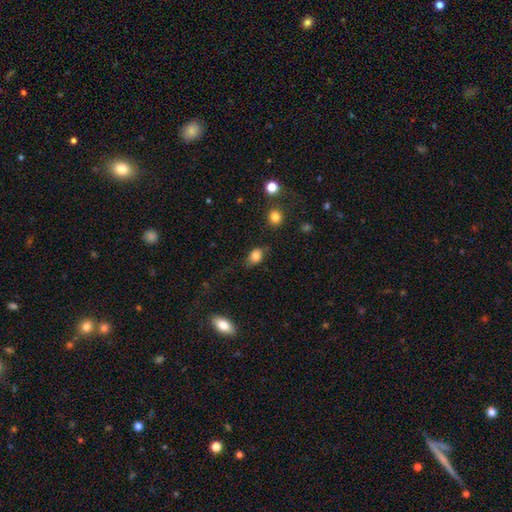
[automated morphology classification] Smooth or featured: smooth — 82% (star or artifact — 9%)
How rounded: in between — 73% (round — 25%)
Merging: none — 69% (minor disturbance — 22%)